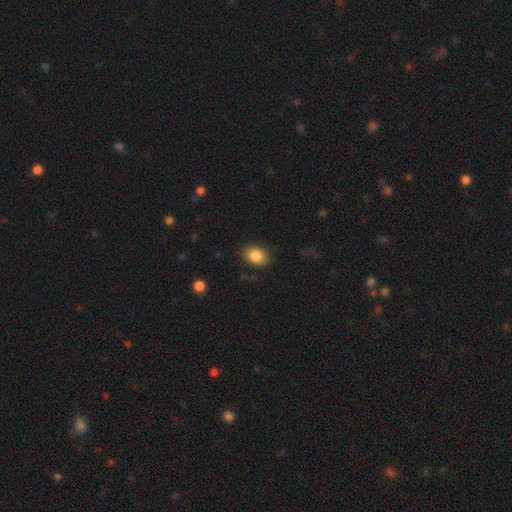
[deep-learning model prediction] Smooth or featured?
  - smooth: 86% *
  - star or artifact: 8%
  - featured or disk: 6%
How rounded?
  - in between: 78% *
  - round: 21%
  - cigar-shaped: 1%
Merging?
  - none: 85% *
  - minor disturbance: 11%
  - major disturbance: 3%
  - merger: 1%